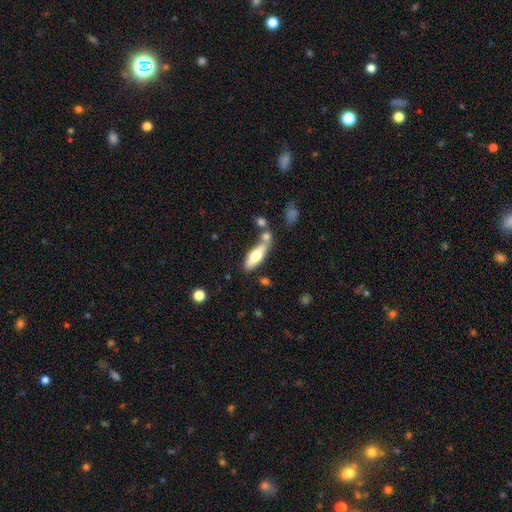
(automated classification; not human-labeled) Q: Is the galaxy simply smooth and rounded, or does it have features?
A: smooth — 61%.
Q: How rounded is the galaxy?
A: in between — 53%.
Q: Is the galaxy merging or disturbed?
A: none — 54%.